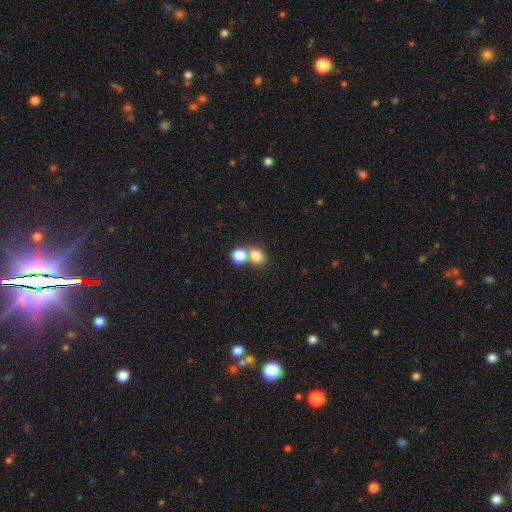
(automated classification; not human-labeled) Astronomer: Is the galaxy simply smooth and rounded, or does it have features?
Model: smooth — 80%.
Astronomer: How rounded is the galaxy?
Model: round — 62%.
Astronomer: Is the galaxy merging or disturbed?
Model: none — 46% (runner-up: merger, 43%).